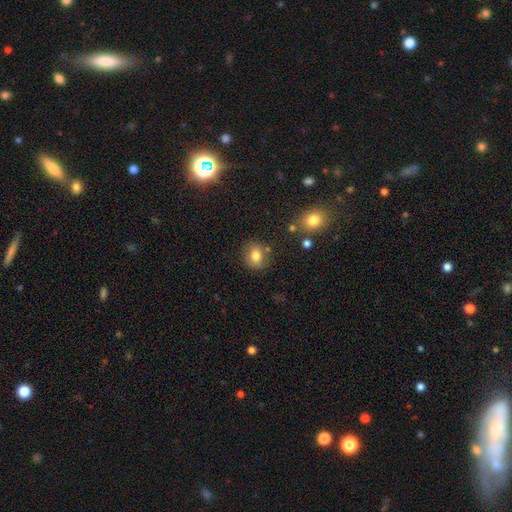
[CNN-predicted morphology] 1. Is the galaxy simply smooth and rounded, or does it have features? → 79% smooth, 11% star or artifact, 10% featured or disk.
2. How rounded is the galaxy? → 70% round, 29% in between, 1% cigar-shaped.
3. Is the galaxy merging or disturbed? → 78% none, 13% minor disturbance, 5% merger, 3% major disturbance.